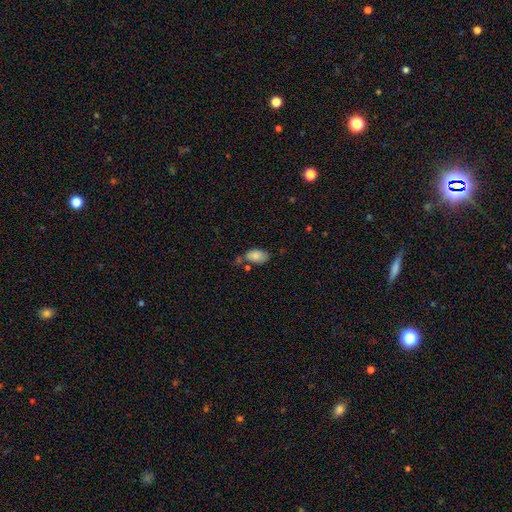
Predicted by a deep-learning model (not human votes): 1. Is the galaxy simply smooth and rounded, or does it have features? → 81% smooth, 11% featured or disk, 8% star or artifact.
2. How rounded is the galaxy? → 93% in between, 5% round, 2% cigar-shaped.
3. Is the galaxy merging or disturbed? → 56% none, 23% minor disturbance, 14% merger, 6% major disturbance.